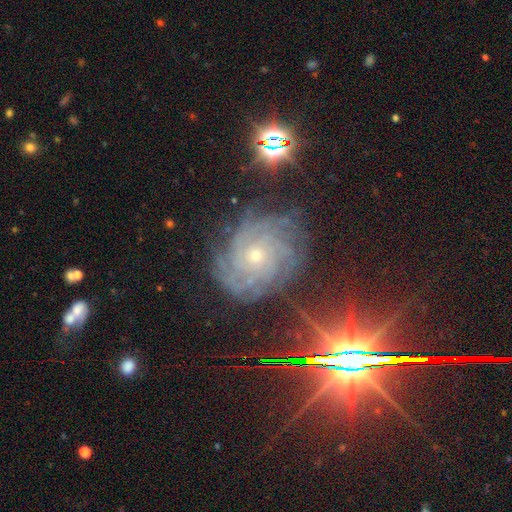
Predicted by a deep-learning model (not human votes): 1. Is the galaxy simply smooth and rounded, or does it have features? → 76% featured or disk, 17% star or artifact, 8% smooth.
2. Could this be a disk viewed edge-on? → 96% no, 4% yes.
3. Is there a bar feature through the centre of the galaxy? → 81% no, 15% weak, 4% strong.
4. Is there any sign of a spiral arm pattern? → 97% yes, 3% no.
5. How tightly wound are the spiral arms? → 72% tight, 23% medium, 5% loose.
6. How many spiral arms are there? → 26% can't tell, 25% more than 4, 22% 4, 11% 3, 8% 2, 7% 1.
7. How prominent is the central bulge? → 69% small, 28% moderate, 1% large, 1% none, 1% dominant.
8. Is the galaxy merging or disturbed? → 76% none, 16% minor disturbance, 7% major disturbance, 2% merger.